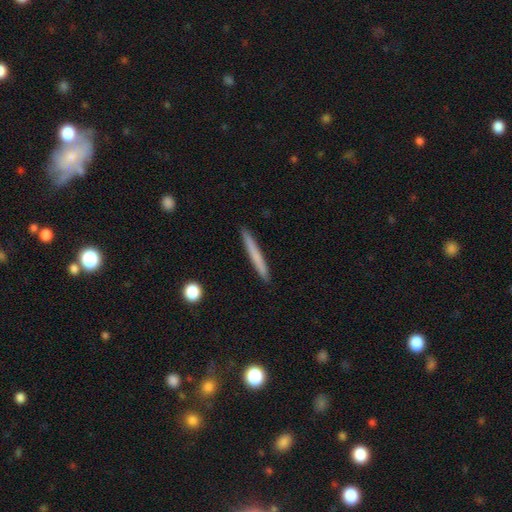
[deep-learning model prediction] A smooth galaxy with no disk features (67%) that is cigar-shaped (97%).

Vote fractions:
- Smooth or featured? smooth: 67% / featured or disk: 27% / star or artifact: 6%
- How rounded? cigar-shaped: 97% / in between: 2% / round: 1%
- Merging? none: 92% / minor disturbance: 6% / major disturbance: 1% / merger: 1%